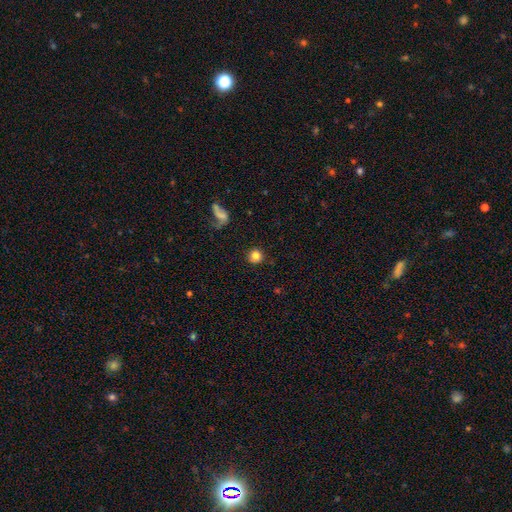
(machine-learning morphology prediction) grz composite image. It shows a smooth galaxy with no disk features (81%) that is round (92%). Merging: none (86%).